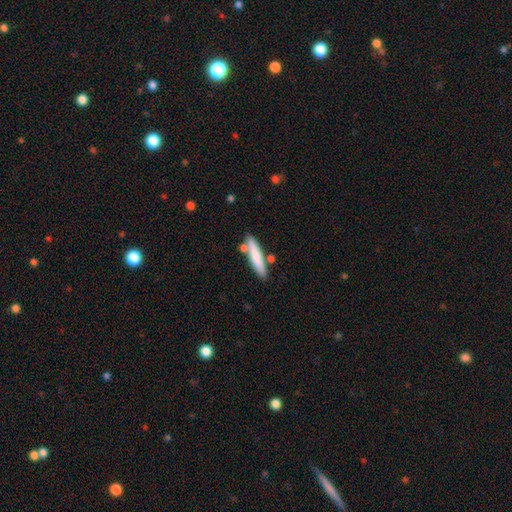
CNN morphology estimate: Smooth or featured: smooth — 74% (featured or disk — 21%)
How rounded: cigar-shaped — 86% (in between — 13%)
Merging: none — 74% (minor disturbance — 13%)